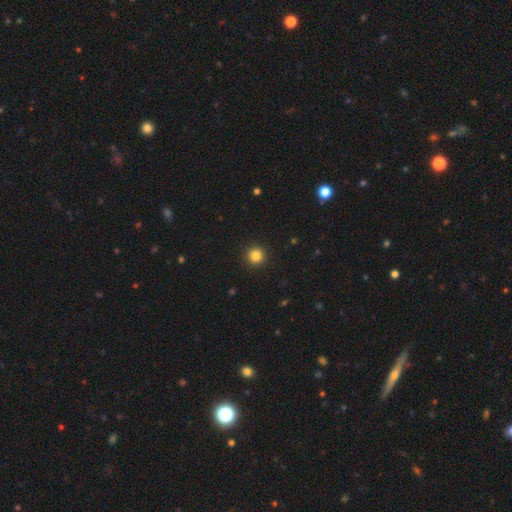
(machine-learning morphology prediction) Smooth or featured: smooth — 84% (star or artifact — 12%)
How rounded: round — 96% (in between — 3%)
Merging: none — 93% (minor disturbance — 4%)